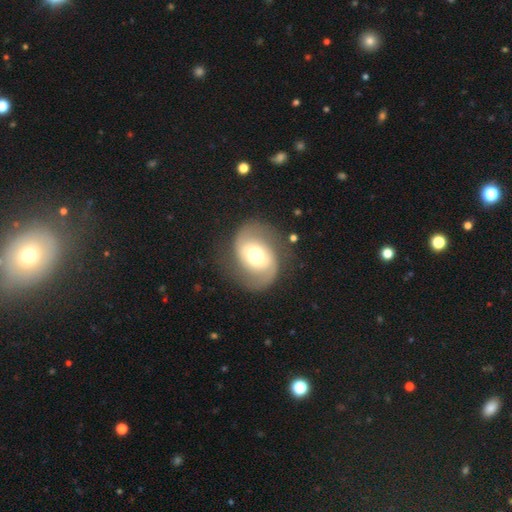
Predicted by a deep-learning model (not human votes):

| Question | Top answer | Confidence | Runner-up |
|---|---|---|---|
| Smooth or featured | featured or disk | 77% | smooth (17%) |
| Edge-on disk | no | 98% | yes (2%) |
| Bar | no | 51% | weak (34%) |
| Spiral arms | yes | 89% | no (11%) |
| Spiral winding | medium | 49% | loose (30%) |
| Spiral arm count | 2 | 92% | can't tell (4%) |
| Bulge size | moderate | 59% | large (29%) |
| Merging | none | 74% | minor disturbance (16%) |